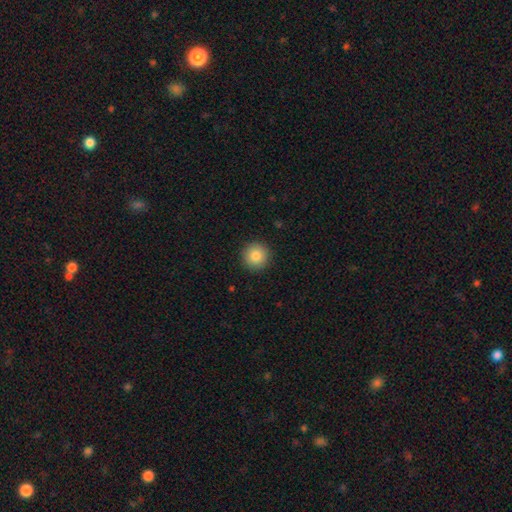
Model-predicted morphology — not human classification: A smooth galaxy with no disk features (84%) that is round (95%).

Vote fractions:
- Smooth or featured? smooth: 84% / star or artifact: 9% / featured or disk: 6%
- How rounded? round: 95% / in between: 4% / cigar-shaped: 1%
- Merging? none: 92% / minor disturbance: 5% / major disturbance: 2% / merger: 1%